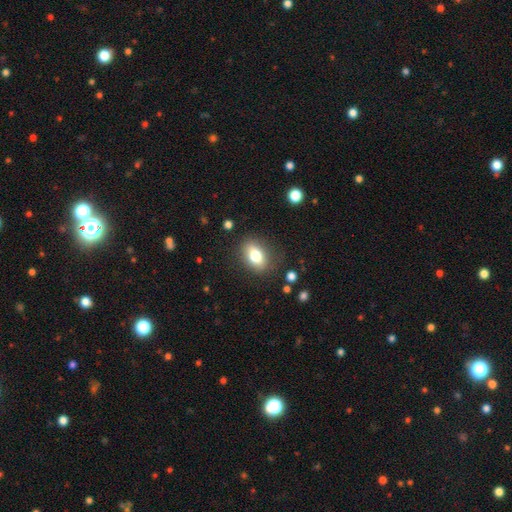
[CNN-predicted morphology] Q: Smooth or featured?
A: smooth (75%); runner-up: featured or disk (16%)
Q: How rounded?
A: in between (78%); runner-up: round (19%)
Q: Merging?
A: none (82%); runner-up: minor disturbance (12%)